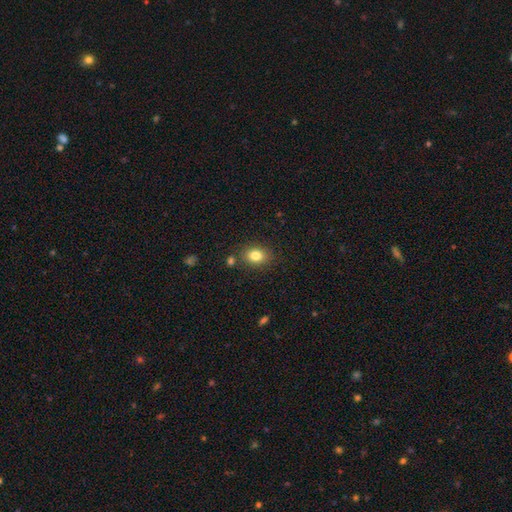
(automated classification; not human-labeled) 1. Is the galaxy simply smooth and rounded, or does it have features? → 81% smooth, 10% star or artifact, 8% featured or disk.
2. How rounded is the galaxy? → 64% in between, 35% round, 1% cigar-shaped.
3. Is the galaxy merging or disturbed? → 81% none, 11% minor disturbance, 5% merger, 3% major disturbance.